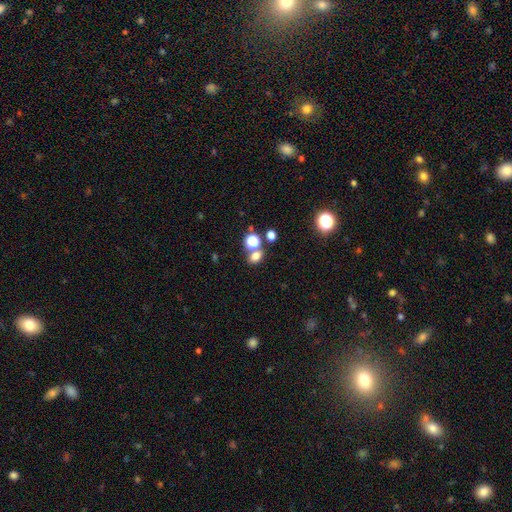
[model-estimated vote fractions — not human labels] A smooth galaxy with no disk features (71%) that is in between round and cigar-shaped (55%). Merging: none (57%).